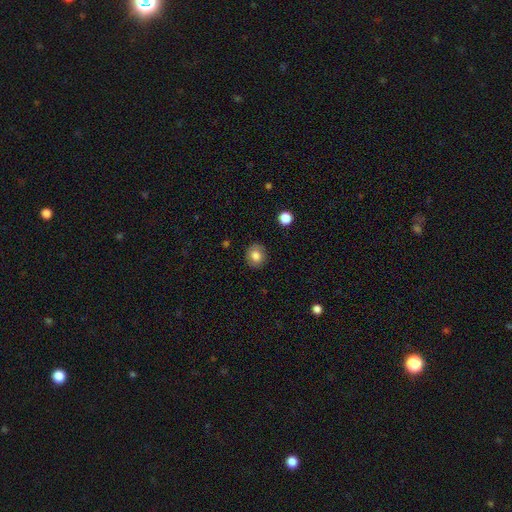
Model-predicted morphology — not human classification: Q: Smooth or featured?
A: smooth (81%); runner-up: featured or disk (10%)
Q: How rounded?
A: round (79%); runner-up: in between (20%)
Q: Merging?
A: none (88%); runner-up: minor disturbance (8%)